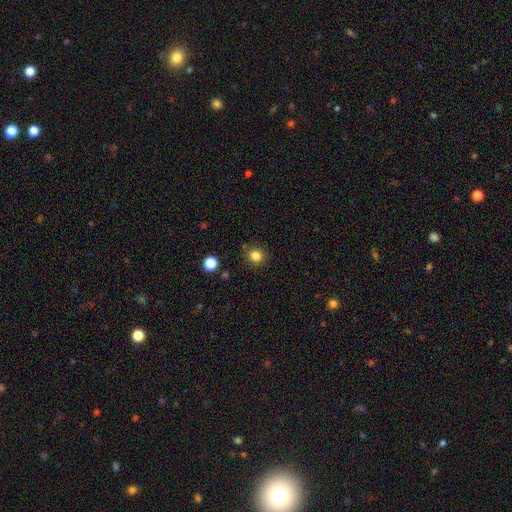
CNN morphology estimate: Smooth or featured? smooth (83%)
How rounded? round (89%)
Merging? none (88%)